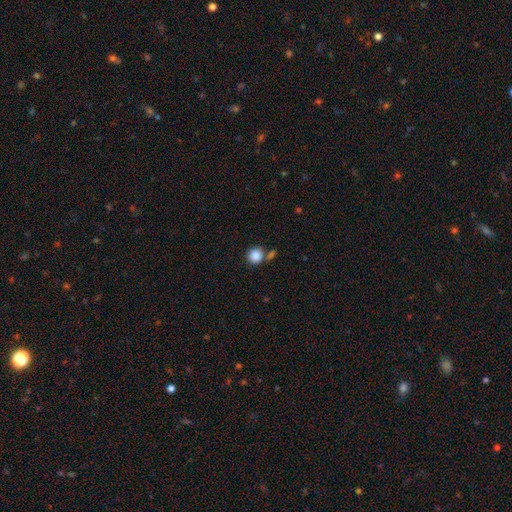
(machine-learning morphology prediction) Q: Smooth or featured?
A: smooth (87%); runner-up: star or artifact (9%)
Q: How rounded?
A: round (91%); runner-up: in between (8%)
Q: Merging?
A: none (69%); runner-up: merger (17%)